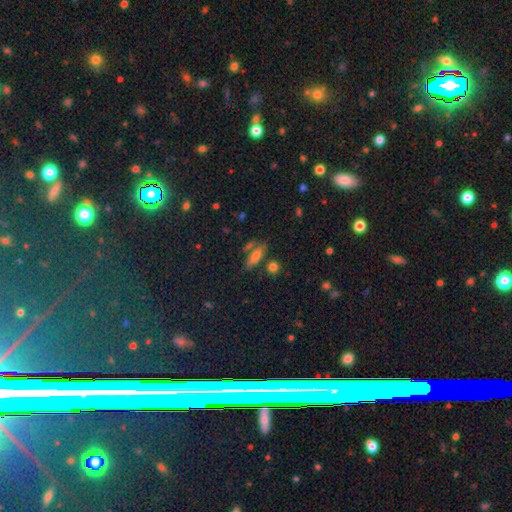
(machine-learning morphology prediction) Smooth or featured?
  - smooth: 68% *
  - featured or disk: 19%
  - star or artifact: 13%
How rounded?
  - in between: 55% *
  - cigar-shaped: 39%
  - round: 6%
Merging?
  - none: 62% *
  - minor disturbance: 17%
  - merger: 15%
  - major disturbance: 7%